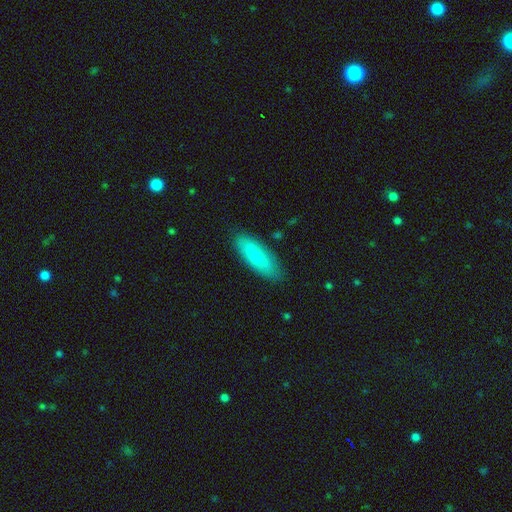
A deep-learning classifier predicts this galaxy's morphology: Overall: smooth (81%). How rounded: in between (60%; cigar-shaped 38%). Merging: none (85%).